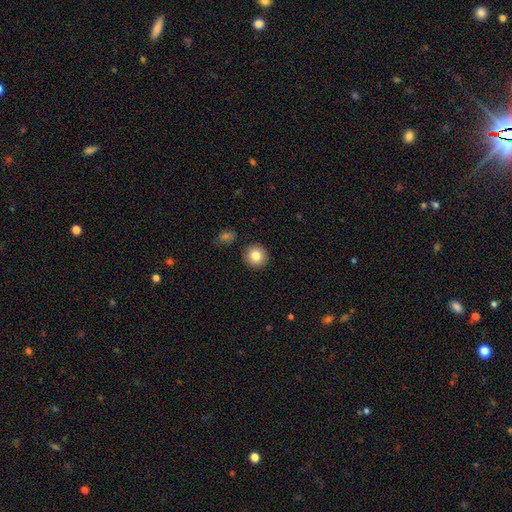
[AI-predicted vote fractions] smooth 83%, star or artifact 9%, featured or disk 8%. Down the decision tree: how rounded — round (92%); merging — none (91%).